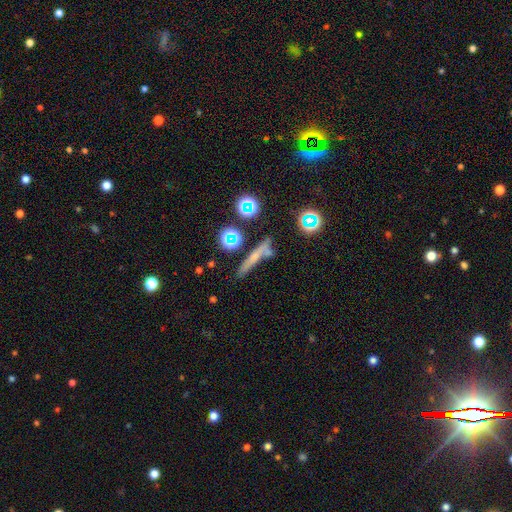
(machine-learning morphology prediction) Overall: smooth (49%; featured or disk 30%). Merging: none (59%; minor disturbance 19%).